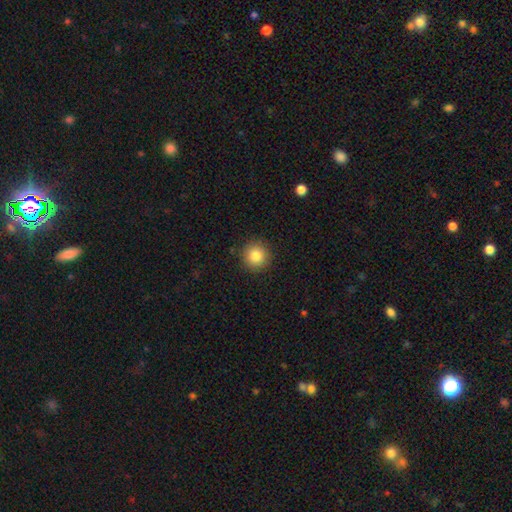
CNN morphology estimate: Smooth or featured? smooth (84%)
How rounded? round (95%)
Merging? none (91%)